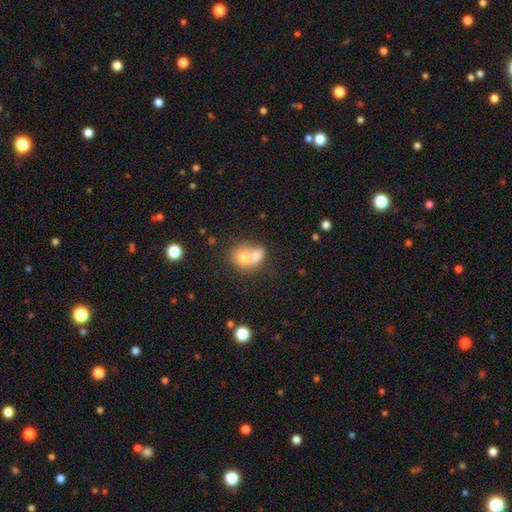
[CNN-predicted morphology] Q: Smooth or featured?
A: smooth (71%); runner-up: featured or disk (20%)
Q: How rounded?
A: round (57%); runner-up: in between (41%)
Q: Merging?
A: merger (69%); runner-up: none (20%)